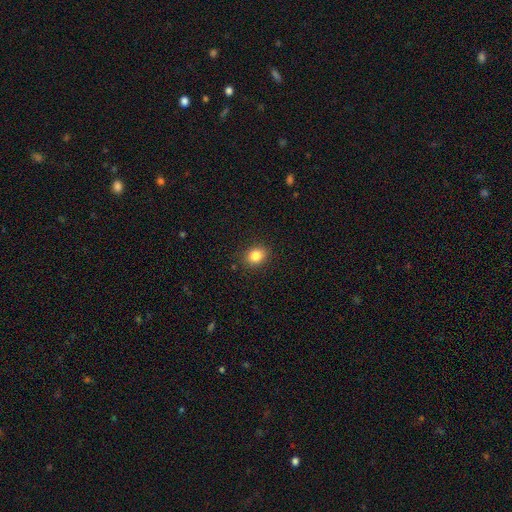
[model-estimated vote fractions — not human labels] A smooth galaxy with no disk features (84%) that is round (55%). Merging: none (88%).